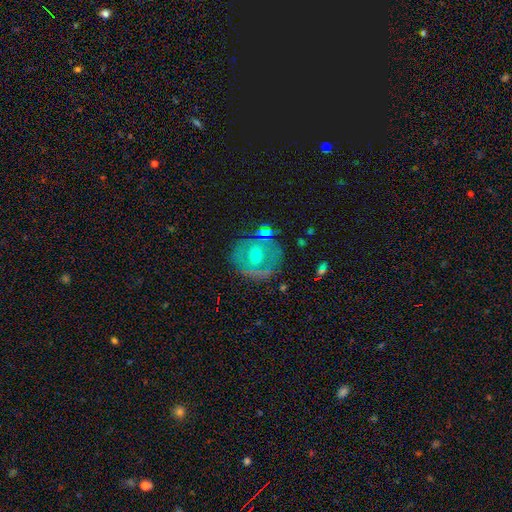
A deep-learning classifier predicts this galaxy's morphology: featured or disk 57%, smooth 33%, star or artifact 10%. Down the decision tree: edge-on disk — no (95%); bar — no (60%); spiral arms — no (58%); bulge size — moderate (55%); merging — none (70%).